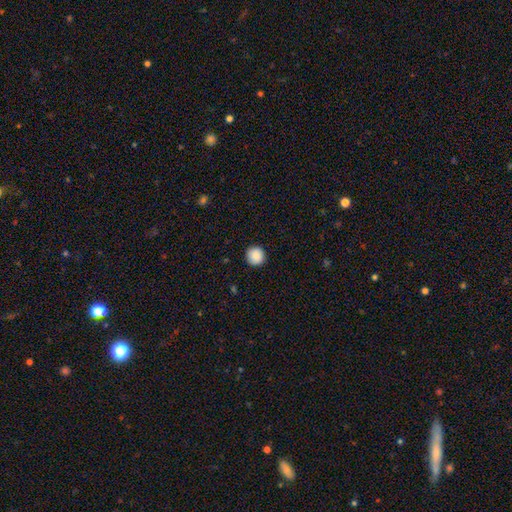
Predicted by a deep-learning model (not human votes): Smooth or featured? Predicted: smooth (p=0.89). How rounded? Predicted: round (p=0.95). Merging? Predicted: none (p=0.92).